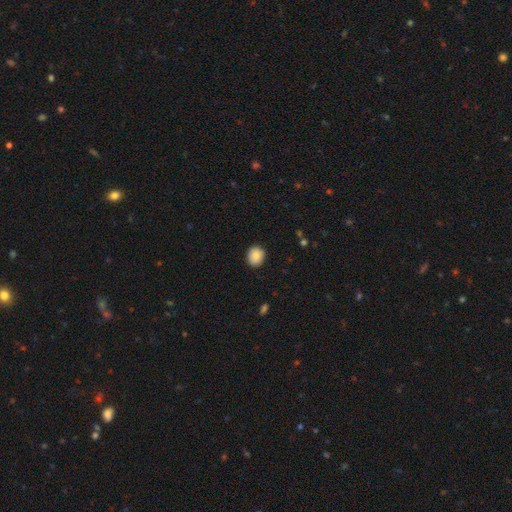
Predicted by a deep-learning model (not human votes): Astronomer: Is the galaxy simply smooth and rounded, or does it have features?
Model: smooth — 89%.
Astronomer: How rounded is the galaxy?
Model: round — 67%.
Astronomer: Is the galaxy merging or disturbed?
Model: none — 87%.